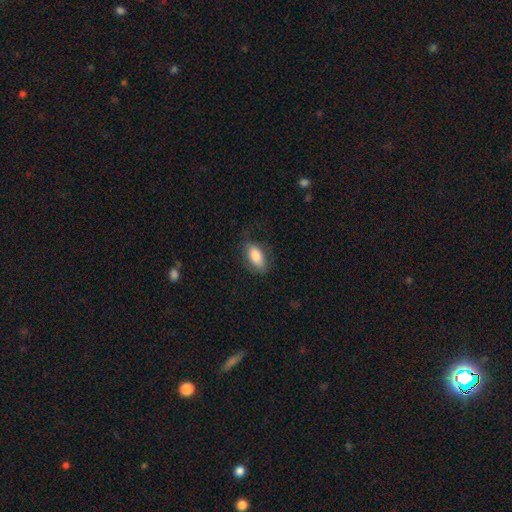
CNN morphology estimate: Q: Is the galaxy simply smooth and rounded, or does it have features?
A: smooth — 83%.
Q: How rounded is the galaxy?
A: in between — 88%.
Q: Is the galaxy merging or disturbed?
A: none — 72%.